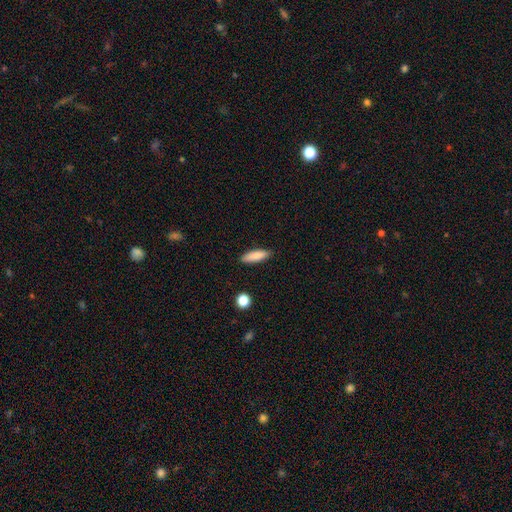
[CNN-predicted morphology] Smooth or featured? smooth (85%)
How rounded? cigar-shaped (59%)
Merging? none (88%)